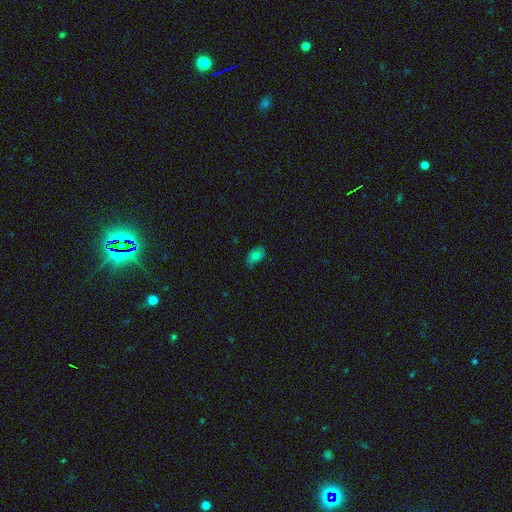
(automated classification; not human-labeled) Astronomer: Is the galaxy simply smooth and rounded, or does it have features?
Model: smooth — 69%.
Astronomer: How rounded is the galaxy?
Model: in between — 82%.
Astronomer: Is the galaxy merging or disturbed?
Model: none — 64%.